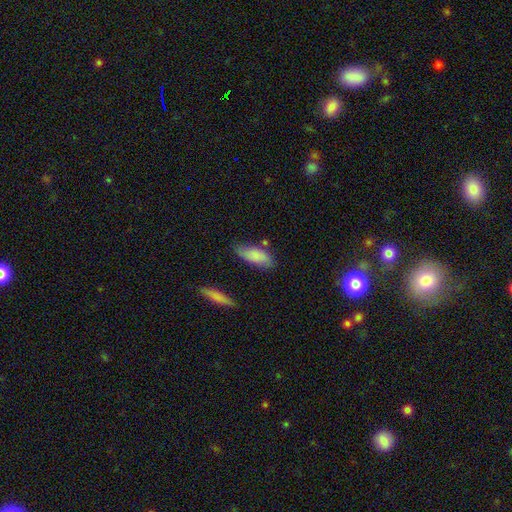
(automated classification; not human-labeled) Smooth or featured? Predicted: smooth (p=0.83). How rounded? Predicted: in between (p=0.79). Merging? Predicted: none (p=0.67).